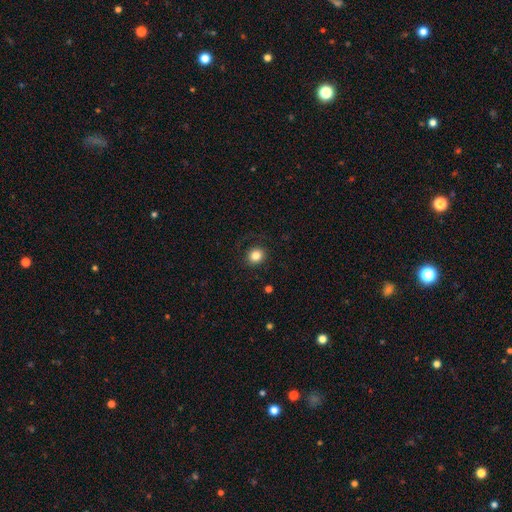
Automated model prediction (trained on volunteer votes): Morphology: type=smooth (83%); roundness=round (80%); merging=none (86%).